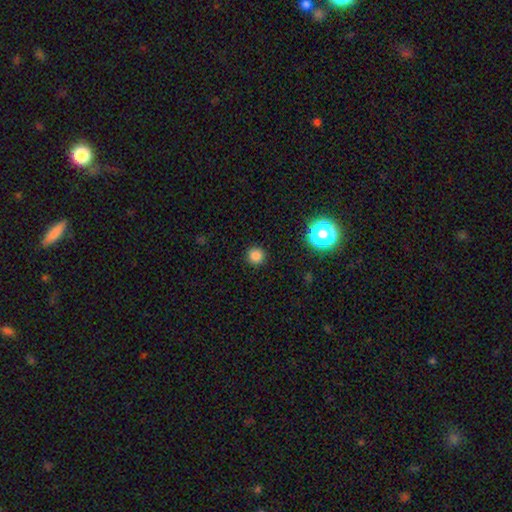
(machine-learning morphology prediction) Smooth or featured? smooth (82%)
How rounded? round (95%)
Merging? none (92%)